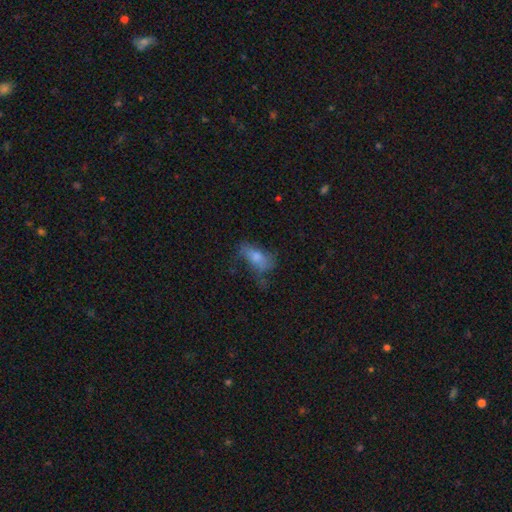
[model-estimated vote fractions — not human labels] This is possibly a smooth galaxy (50%). How rounded: likely in between (71%). Merging: possibly none (47%).